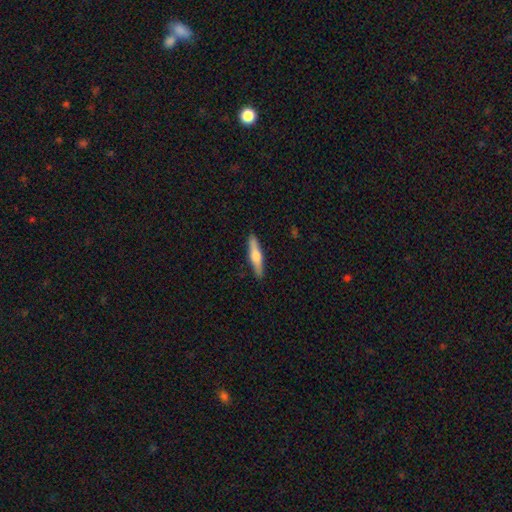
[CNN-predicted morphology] Smooth or featured? Predicted: smooth (p=0.48). Merging? Predicted: none (p=0.90).